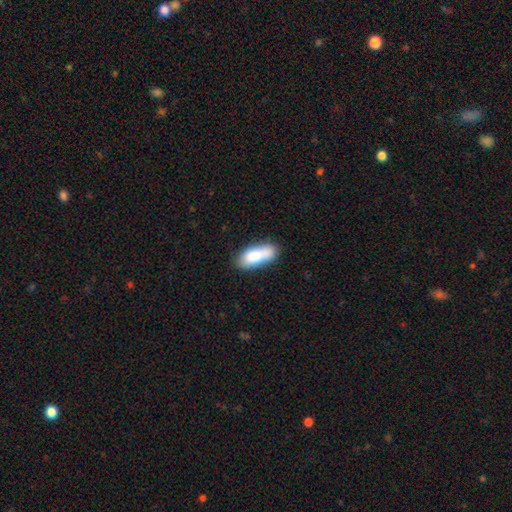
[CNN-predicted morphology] Overall: smooth (80%). How rounded: in between (77%). Merging: none (65%).